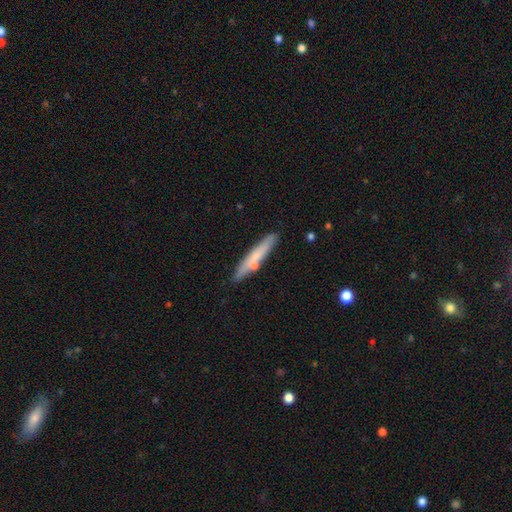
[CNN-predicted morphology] smooth-or-featured: smooth: 60% | featured or disk: 34% | star or artifact: 6%
  how-rounded: cigar-shaped: 92% | in between: 7% | round: 1%
  merging: none: 79% | minor disturbance: 13% | merger: 6% | major disturbance: 2%